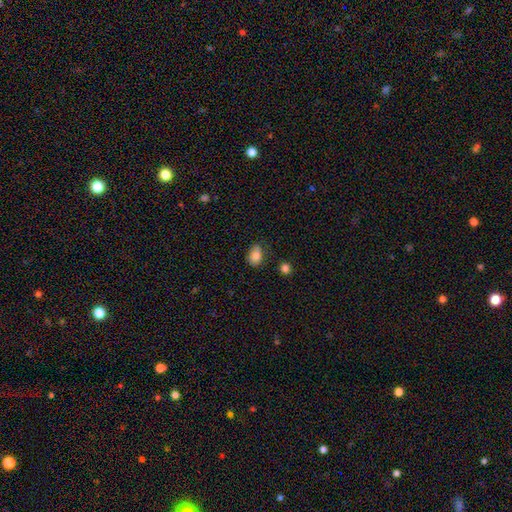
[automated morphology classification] The model was most divided on "merging": none: 61%, minor disturbance: 29%, major disturbance: 7%, merger: 4%. More confident: smooth or featured — smooth (81%); how rounded — in between (72%).